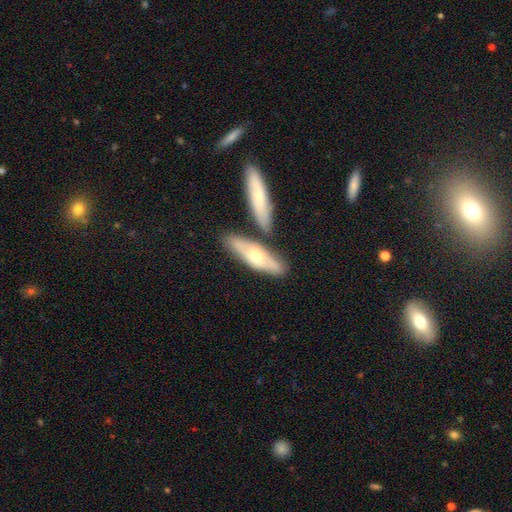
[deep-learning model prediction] Smooth or featured? smooth (49%)
Merging? none (67%)